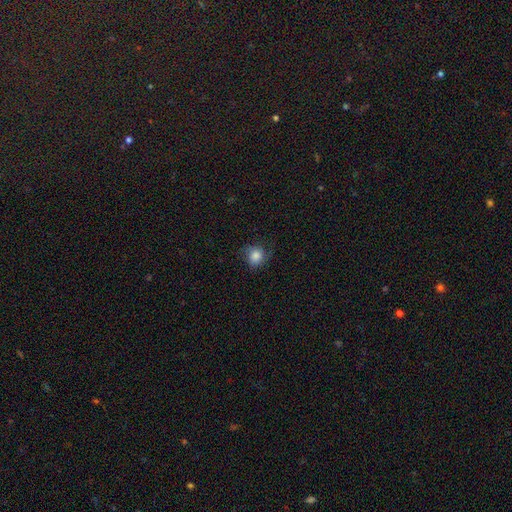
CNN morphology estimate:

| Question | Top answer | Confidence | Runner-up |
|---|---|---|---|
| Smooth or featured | smooth | 81% | featured or disk (10%) |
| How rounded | round | 79% | in between (20%) |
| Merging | none | 68% | minor disturbance (22%) |